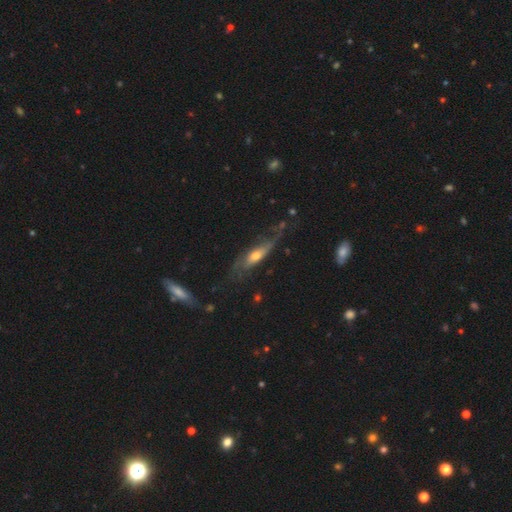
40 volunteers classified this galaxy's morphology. This appears to be a featured or disk galaxy (65%) viewed edge-on (54%) with a rounded central bulge (86%). Merging: none (50%).